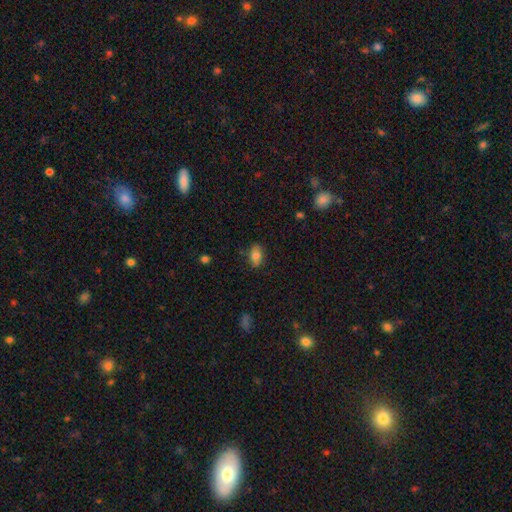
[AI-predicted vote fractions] smooth_or_featured: smooth (p=0.81) [alt: featured or disk p=0.10]
how_rounded: in between (p=0.88) [alt: round p=0.09]
merging: none (p=0.81) [alt: minor disturbance p=0.14]